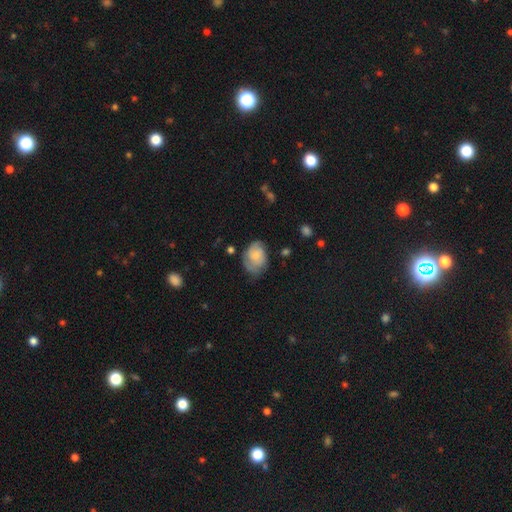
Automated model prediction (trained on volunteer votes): Smooth or featured: smooth — 55% (featured or disk — 37%)
How rounded: in between — 72% (round — 27%)
Merging: none — 55% (minor disturbance — 31%)